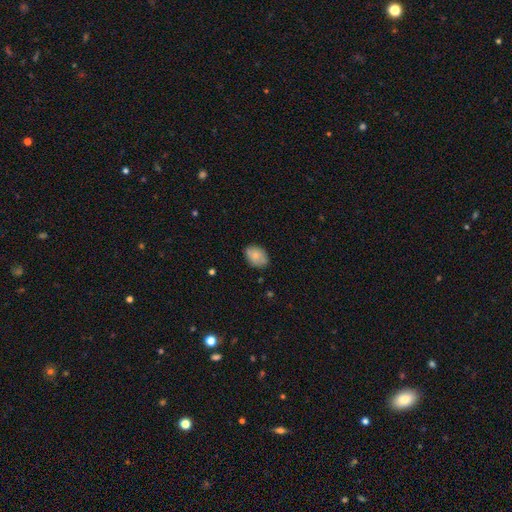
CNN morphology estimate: Q: Smooth or featured?
A: smooth (80%); runner-up: featured or disk (13%)
Q: How rounded?
A: in between (80%); runner-up: round (19%)
Q: Merging?
A: none (78%); runner-up: minor disturbance (18%)